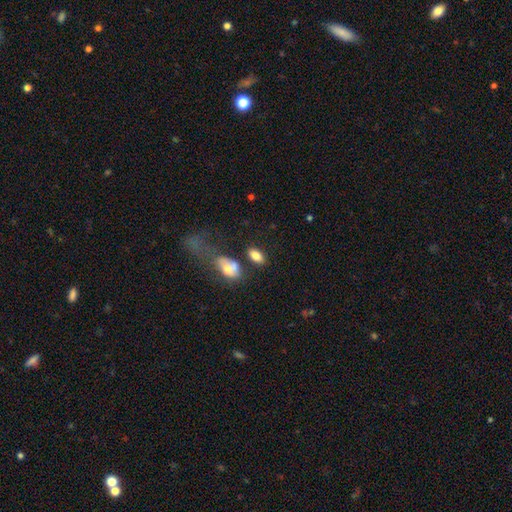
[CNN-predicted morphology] The model was most divided on "merging": none: 65%, merger: 17%, minor disturbance: 13%, major disturbance: 5%. More confident: how rounded — in between (90%); smooth or featured — smooth (81%).